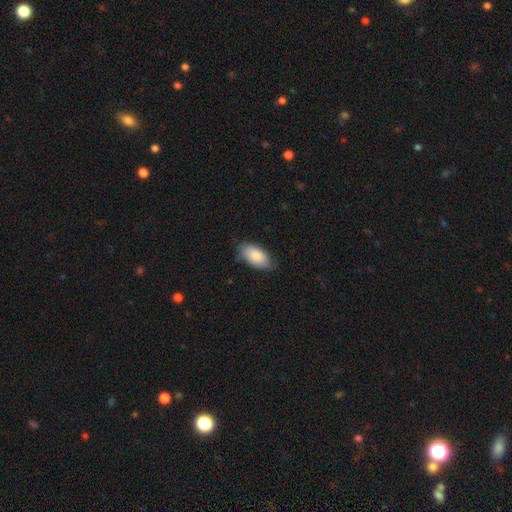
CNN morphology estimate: smooth_or_featured: smooth (p=0.84) [alt: featured or disk p=0.11]
how_rounded: in between (p=0.94) [alt: cigar-shaped p=0.04]
merging: none (p=0.75) [alt: minor disturbance p=0.21]